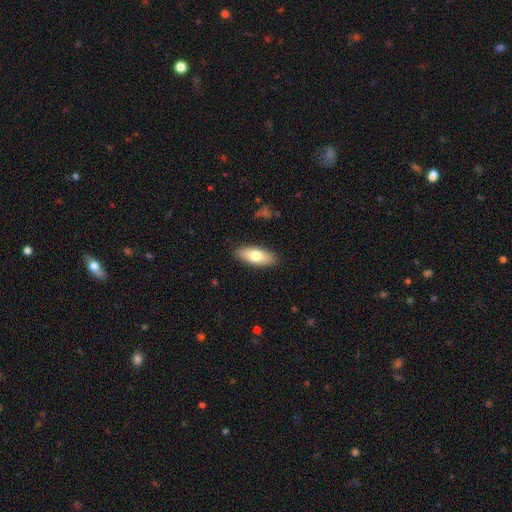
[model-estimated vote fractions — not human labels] Q: Smooth or featured?
A: smooth (75%); runner-up: featured or disk (19%)
Q: How rounded?
A: in between (76%); runner-up: cigar-shaped (21%)
Q: Merging?
A: none (88%); runner-up: minor disturbance (9%)